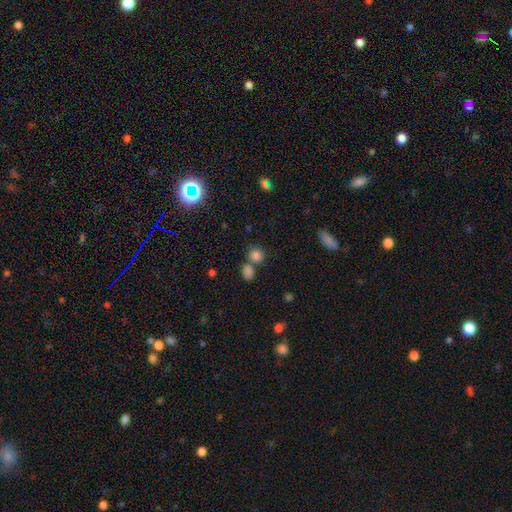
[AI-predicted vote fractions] Smooth or featured?
  - smooth: 81% *
  - star or artifact: 13%
  - featured or disk: 6%
How rounded?
  - round: 80% *
  - in between: 18%
  - cigar-shaped: 1%
Merging?
  - none: 59% *
  - merger: 28%
  - minor disturbance: 9%
  - major disturbance: 4%